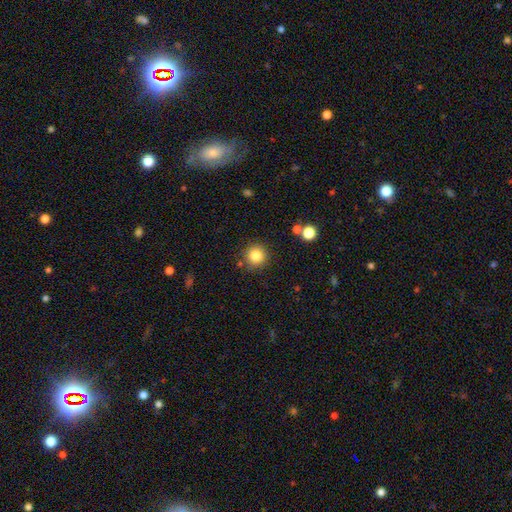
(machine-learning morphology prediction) Q: Smooth or featured?
A: smooth (84%); runner-up: star or artifact (11%)
Q: How rounded?
A: round (94%); runner-up: in between (5%)
Q: Merging?
A: none (85%); runner-up: minor disturbance (8%)